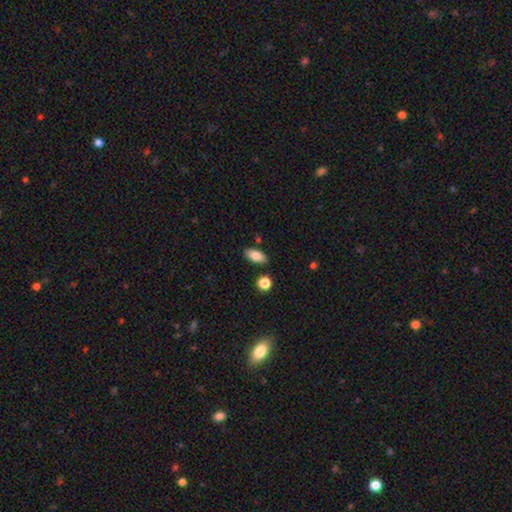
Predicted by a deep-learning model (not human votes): Smooth or featured? Predicted: smooth (p=0.83). How rounded? Predicted: in between (p=0.89). Merging? Predicted: none (p=0.84).